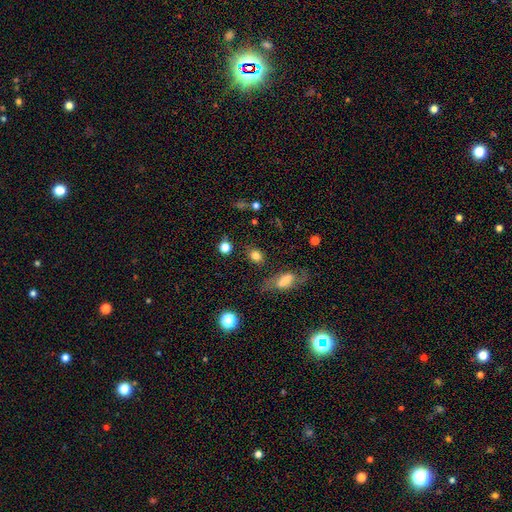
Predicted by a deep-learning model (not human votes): The model was most divided on "how rounded": round: 56%, in between: 42%, cigar-shaped: 2%. More confident: smooth or featured — smooth (80%); merging — none (80%).